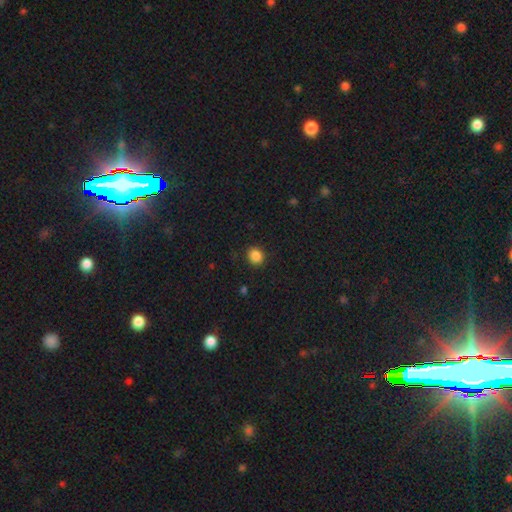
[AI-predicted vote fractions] Smooth or featured?
  - smooth: 86% *
  - star or artifact: 11%
  - featured or disk: 3%
How rounded?
  - round: 79% *
  - in between: 20%
  - cigar-shaped: 1%
Merging?
  - none: 89% *
  - minor disturbance: 7%
  - major disturbance: 2%
  - merger: 1%